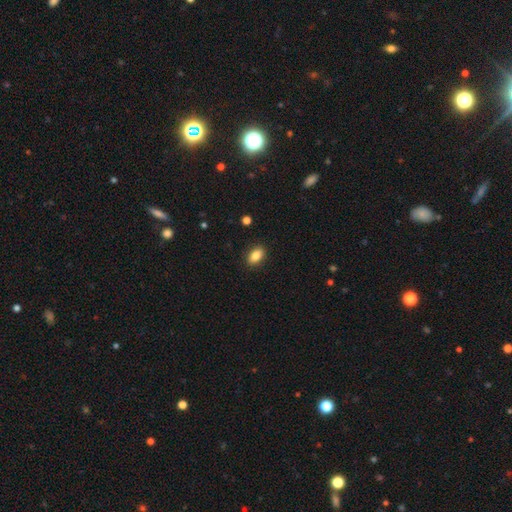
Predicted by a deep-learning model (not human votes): smooth 85%, star or artifact 8%, featured or disk 7%. Down the decision tree: how rounded — in between (88%); merging — none (89%).